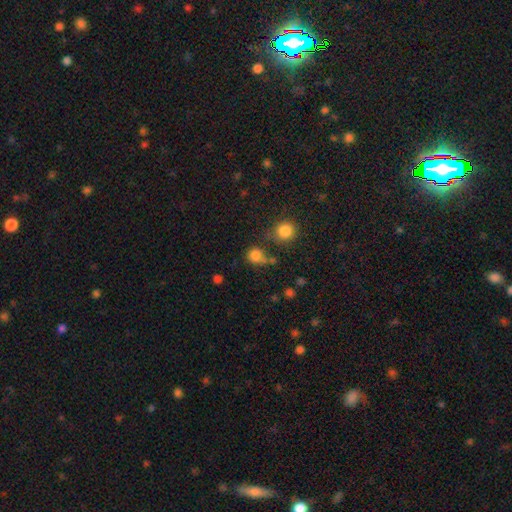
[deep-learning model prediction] Smooth or featured? smooth (80%)
How rounded? round (83%)
Merging? none (59%)